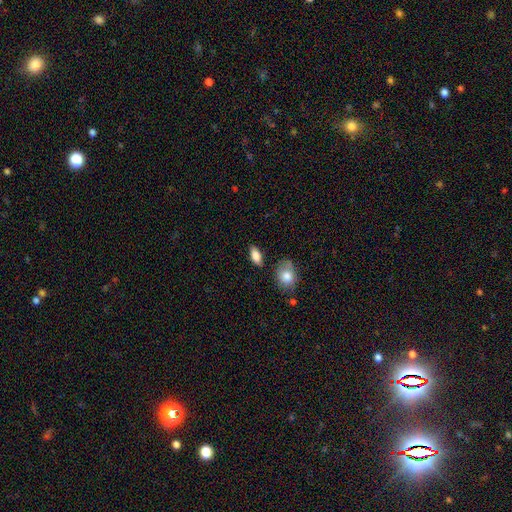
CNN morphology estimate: Smooth or featured?
  - smooth: 82% *
  - featured or disk: 11%
  - star or artifact: 7%
How rounded?
  - in between: 85% *
  - cigar-shaped: 10%
  - round: 5%
Merging?
  - none: 80% *
  - minor disturbance: 13%
  - merger: 3%
  - major disturbance: 3%